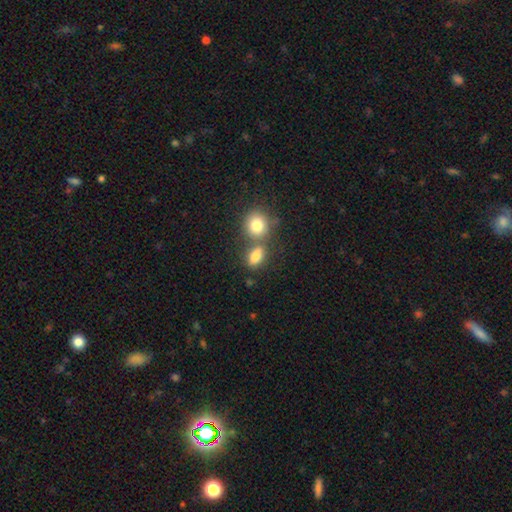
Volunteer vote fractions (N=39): A smooth galaxy with no disk features (82%) that is in between round and cigar-shaped (78%). Merging: none (58%).